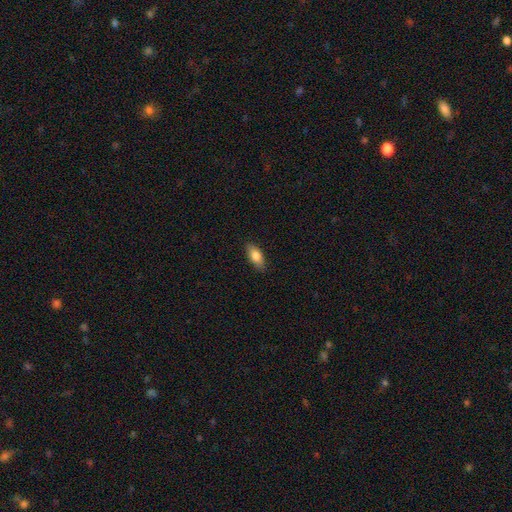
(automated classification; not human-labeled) A smooth galaxy with no disk features (82%) that is in between round and cigar-shaped (85%).

Vote fractions:
- Smooth or featured? smooth: 82% / featured or disk: 11% / star or artifact: 7%
- How rounded? in between: 85% / cigar-shaped: 12% / round: 3%
- Merging? none: 88% / minor disturbance: 10% / major disturbance: 2% / merger: 1%